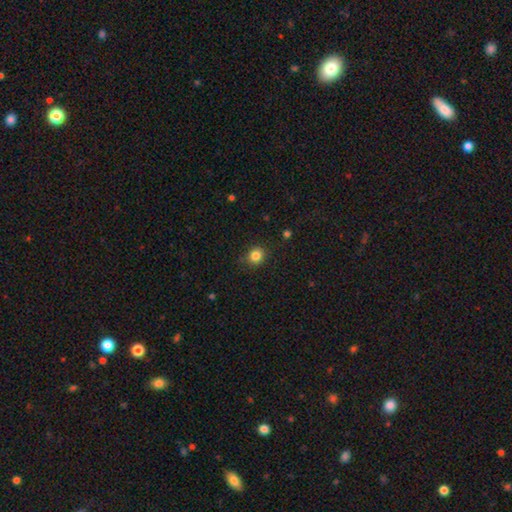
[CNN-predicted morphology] Q: Smooth or featured?
A: smooth (84%); runner-up: star or artifact (11%)
Q: How rounded?
A: round (81%); runner-up: in between (18%)
Q: Merging?
A: none (85%); runner-up: minor disturbance (11%)